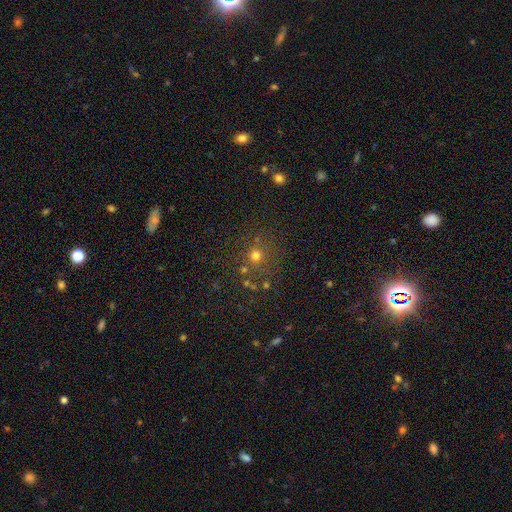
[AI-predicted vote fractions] Q: Smooth or featured?
A: smooth (66%); runner-up: star or artifact (25%)
Q: How rounded?
A: round (91%); runner-up: in between (8%)
Q: Merging?
A: none (78%); runner-up: minor disturbance (11%)